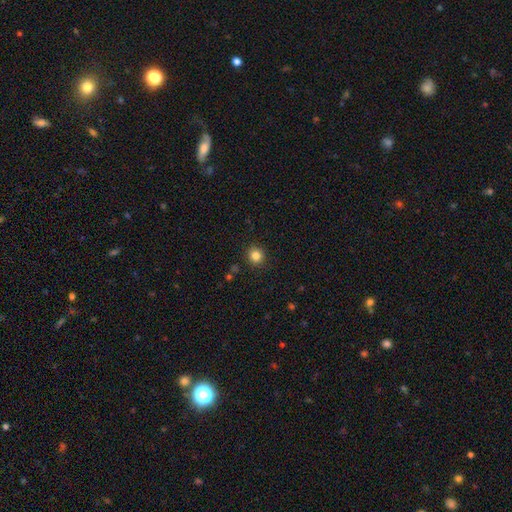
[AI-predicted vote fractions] Smooth or featured?
  - smooth: 83% *
  - star or artifact: 12%
  - featured or disk: 5%
How rounded?
  - round: 91% *
  - in between: 8%
  - cigar-shaped: 1%
Merging?
  - none: 90% *
  - minor disturbance: 6%
  - major disturbance: 2%
  - merger: 1%